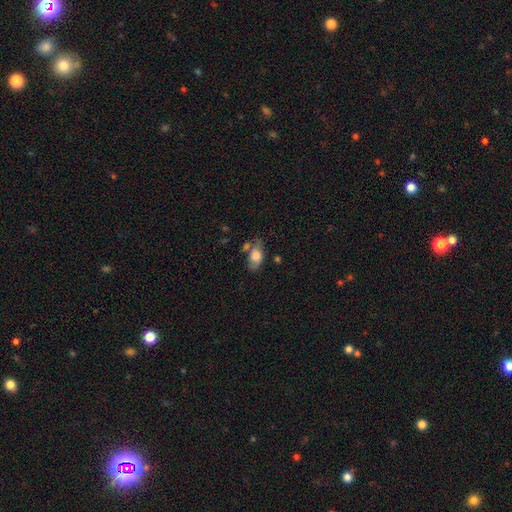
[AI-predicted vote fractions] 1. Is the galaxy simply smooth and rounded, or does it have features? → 72% smooth, 20% featured or disk, 8% star or artifact.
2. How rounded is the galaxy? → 87% in between, 10% round, 3% cigar-shaped.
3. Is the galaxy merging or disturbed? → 42% none, 27% minor disturbance, 17% merger, 14% major disturbance.